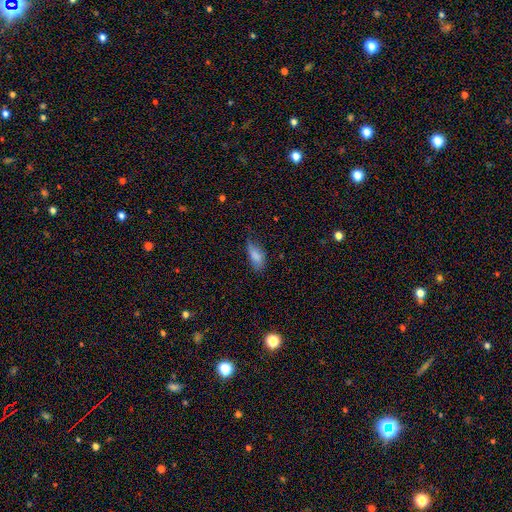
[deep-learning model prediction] Smooth or featured? Predicted: smooth (p=0.82). How rounded? Predicted: in between (p=0.81). Merging? Predicted: none (p=0.51).